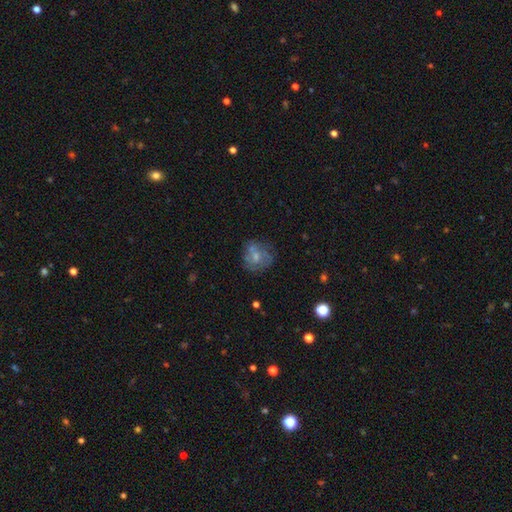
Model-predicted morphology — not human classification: This is possibly a featured or disk galaxy (46%). Merging: possibly none (55%).